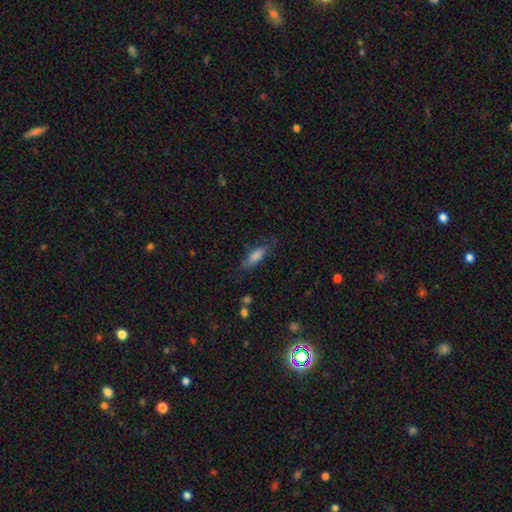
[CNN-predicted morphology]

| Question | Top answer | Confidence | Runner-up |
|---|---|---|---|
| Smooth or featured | smooth | 75% | featured or disk (16%) |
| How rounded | in between | 57% | cigar-shaped (41%) |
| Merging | none | 72% | minor disturbance (20%) |